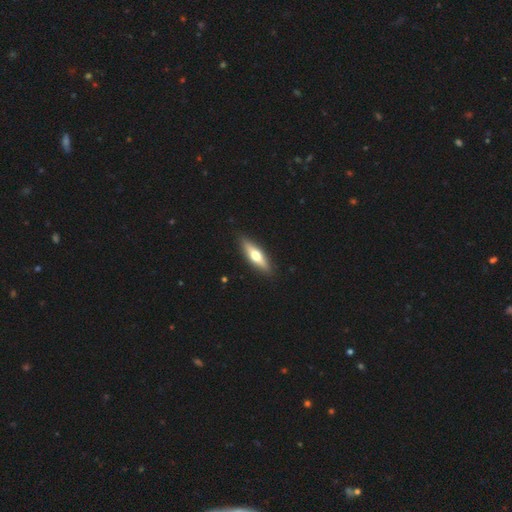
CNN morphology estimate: This appears to be a featured or disk galaxy (49%). Merging: none (90%).